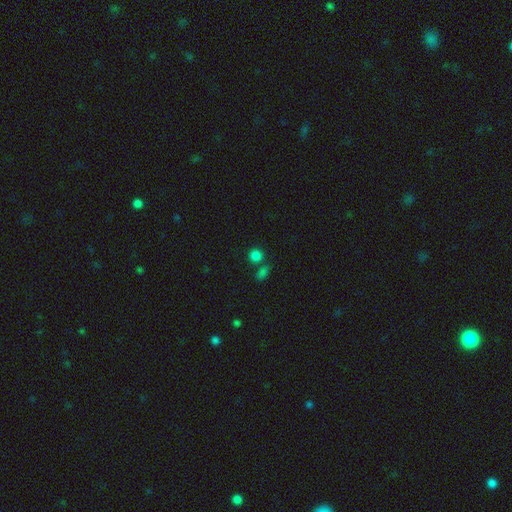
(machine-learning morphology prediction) type=smooth (80%); roundness=round (85%); merging=none (67%).